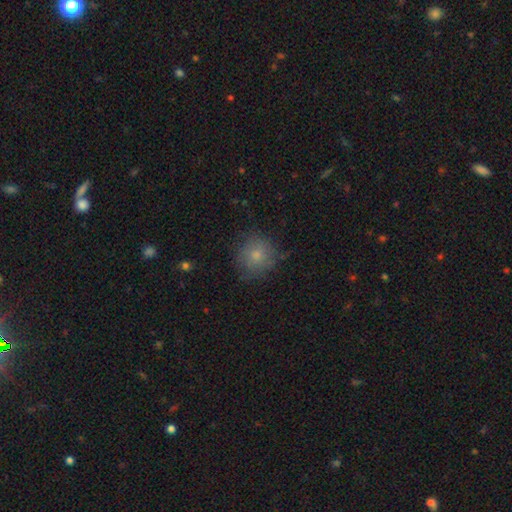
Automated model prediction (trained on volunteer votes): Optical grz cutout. It shows a smooth galaxy with no disk features (72%) that is round (90%). Merging: none (81%).